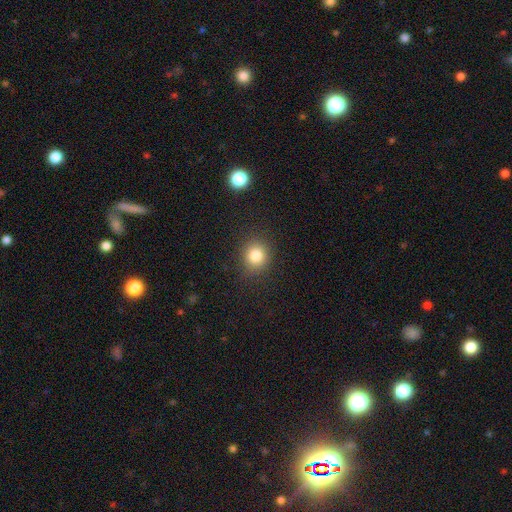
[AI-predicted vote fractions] This is clearly a smooth galaxy (81%). How rounded: clearly round (82%). Merging: clearly none (88%).